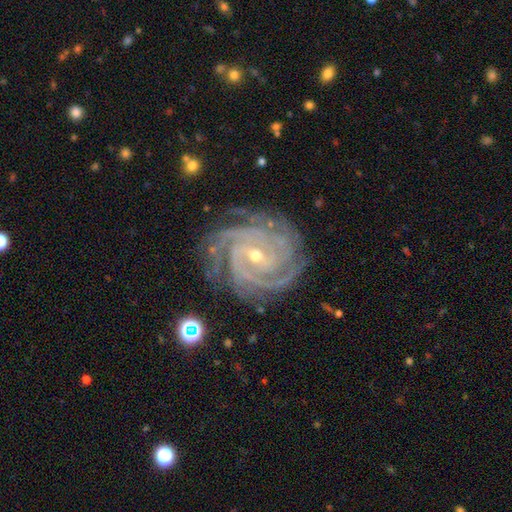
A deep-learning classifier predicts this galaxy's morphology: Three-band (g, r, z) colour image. It shows a featured or disk galaxy (93%) with no bar (42%), 4 (34%) tight (78%) spiral arms (99%) and a small central bulge (58%). Merging: none (78%).